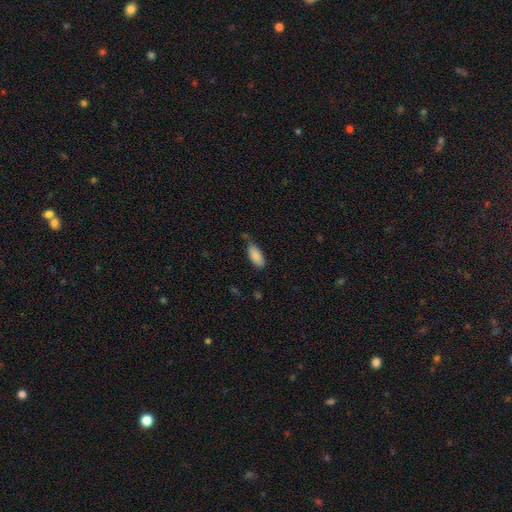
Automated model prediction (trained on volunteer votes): The model was most divided on "merging": none: 58%, minor disturbance: 32%, major disturbance: 6%, merger: 4%. More confident: smooth or featured — smooth (88%); how rounded — in between (86%).